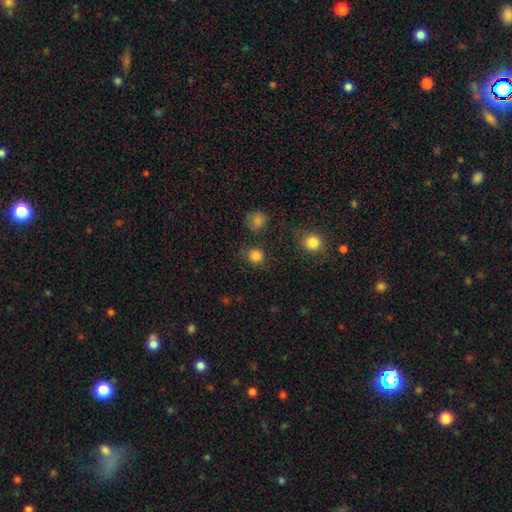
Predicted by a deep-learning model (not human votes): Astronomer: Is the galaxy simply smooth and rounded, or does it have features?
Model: smooth — 83%.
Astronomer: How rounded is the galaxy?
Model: round — 91%.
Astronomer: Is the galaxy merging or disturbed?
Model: none — 83%.